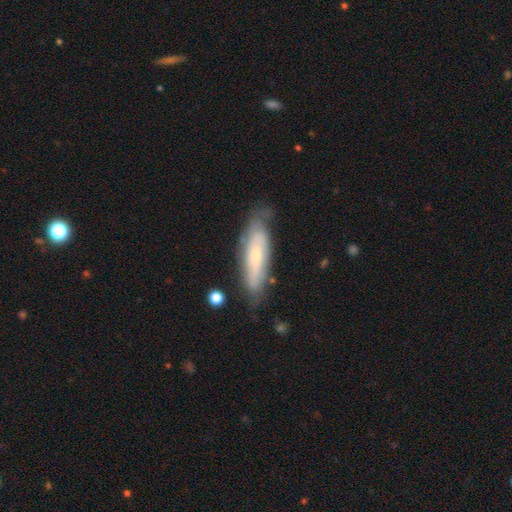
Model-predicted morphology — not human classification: smooth-or-featured: featured or disk: 54% | smooth: 40% | star or artifact: 6%
  disk-edge-on: no: 65% | yes: 35%
  merging: none: 68% | minor disturbance: 23% | major disturbance: 7% | merger: 2%